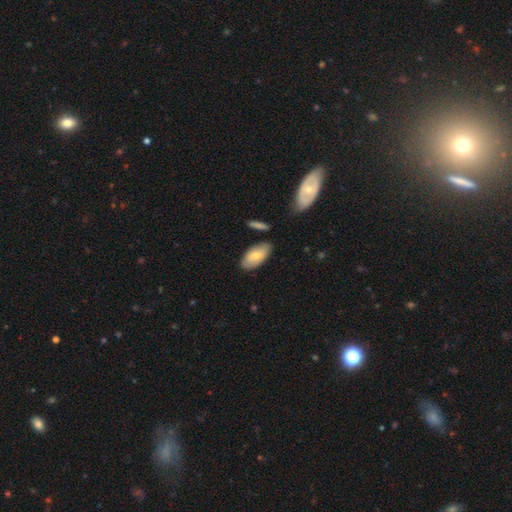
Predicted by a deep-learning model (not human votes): Smooth or featured? Predicted: smooth (p=0.74). How rounded? Predicted: in between (p=0.93). Merging? Predicted: none (p=0.79).